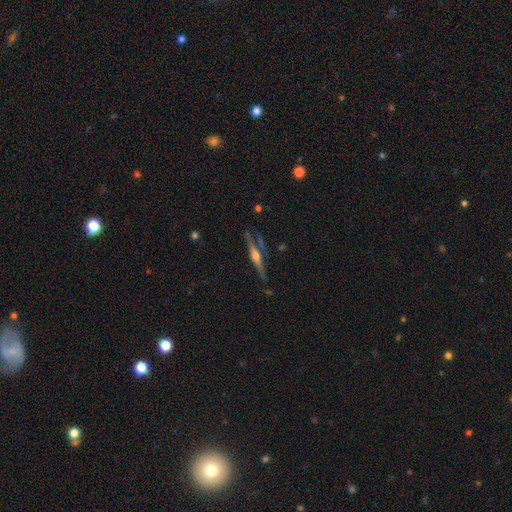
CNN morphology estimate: smooth-or-featured: featured or disk: 74% | smooth: 19% | star or artifact: 7%
  disk-edge-on: yes: 97% | no: 3%
    edge-on-bulge: rounded: 81% | boxy: 11% | none: 9%
  merging: none: 76% | minor disturbance: 14% | merger: 5% | major disturbance: 4%